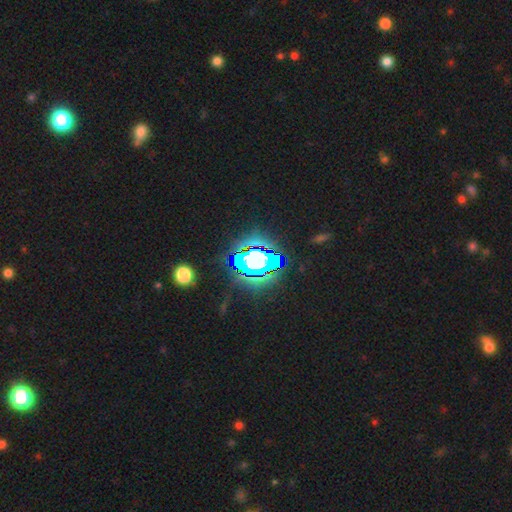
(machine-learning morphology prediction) Overall: star or artifact (77%).